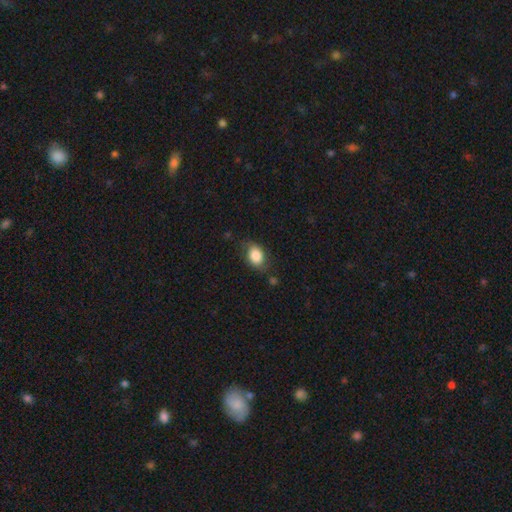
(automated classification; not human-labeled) Smooth or featured? Predicted: smooth (p=0.83). How rounded? Predicted: in between (p=0.76). Merging? Predicted: none (p=0.69).